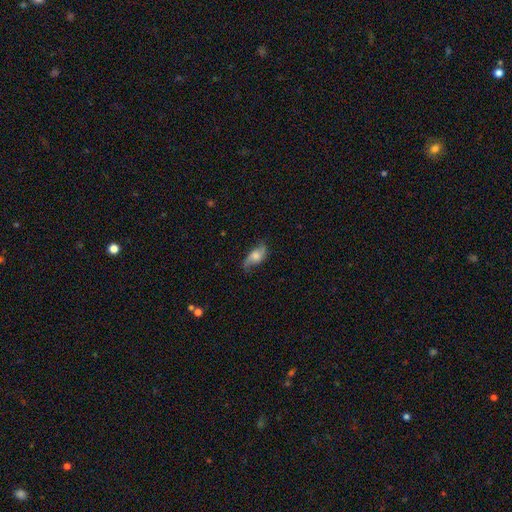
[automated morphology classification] Overall: featured or disk (56%; smooth 36%). Edge-on disk: no (87%). Merging: none (68%).